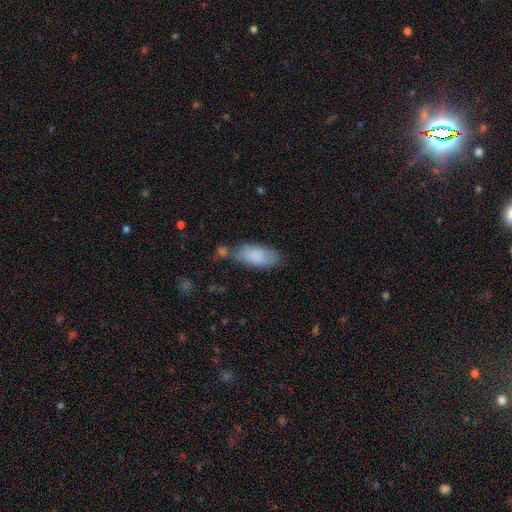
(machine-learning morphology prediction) A smooth galaxy with no disk features (84%) that is in between round and cigar-shaped (87%).

Vote fractions:
- Smooth or featured? smooth: 84% / featured or disk: 9% / star or artifact: 7%
- How rounded? in between: 87% / cigar-shaped: 11% / round: 2%
- Merging? none: 56% / minor disturbance: 25% / merger: 12% / major disturbance: 8%